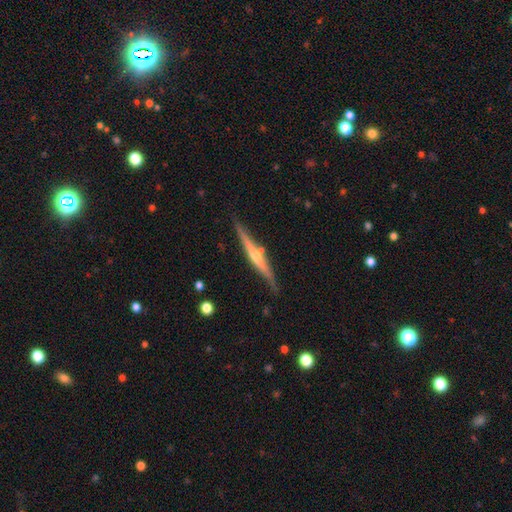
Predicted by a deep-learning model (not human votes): Overall: featured or disk (77%). Edge-on disk: yes (98%). Edge-on bulge: rounded (78%). Merging: none (84%).